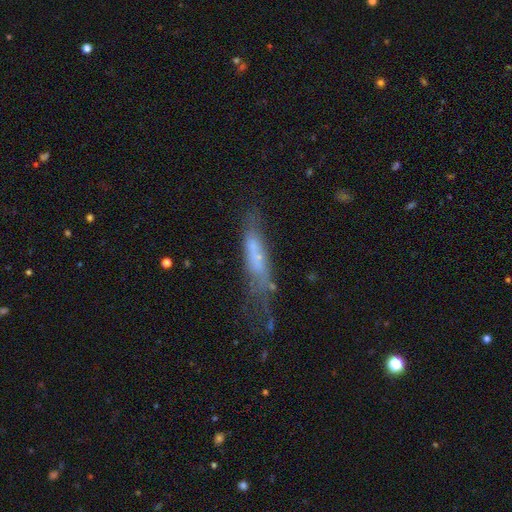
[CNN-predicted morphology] Smooth or featured: smooth — 46% (featured or disk — 43%)
Merging: none — 36% (major disturbance — 28%)